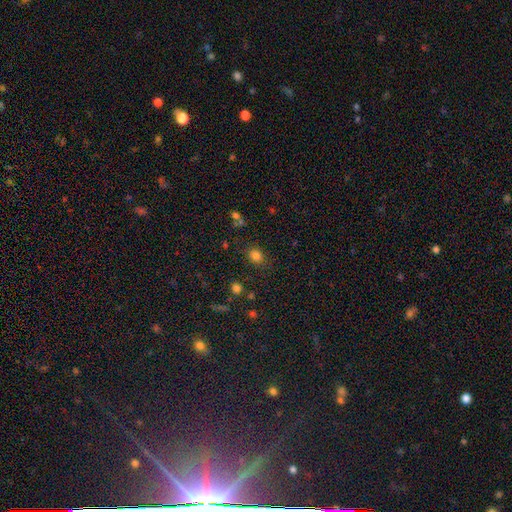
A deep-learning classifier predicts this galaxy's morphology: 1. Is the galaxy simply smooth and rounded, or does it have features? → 80% smooth, 14% star or artifact, 6% featured or disk.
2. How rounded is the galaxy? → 54% round, 45% in between, 1% cigar-shaped.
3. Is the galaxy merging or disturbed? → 81% none, 12% minor disturbance, 4% major disturbance, 3% merger.